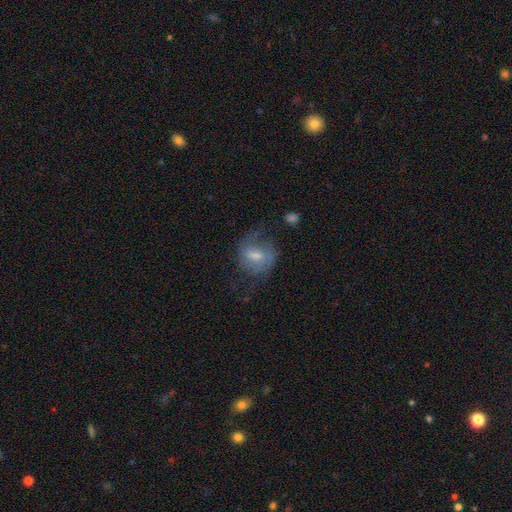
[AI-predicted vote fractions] featured or disk 48%, smooth 44%, star or artifact 9%. Down the decision tree: merging — none (49%).